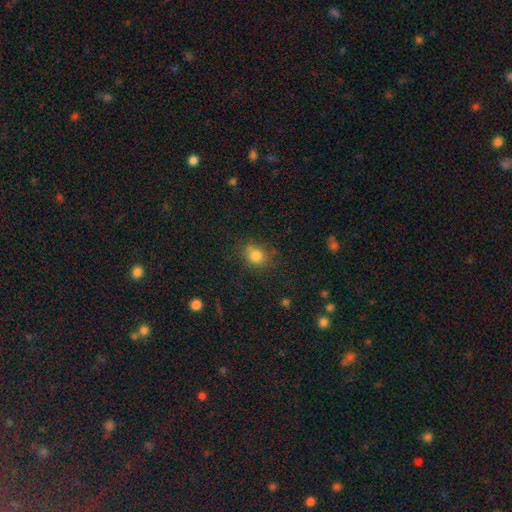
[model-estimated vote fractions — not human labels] Smooth or featured? smooth (79%)
How rounded? round (61%)
Merging? none (68%)